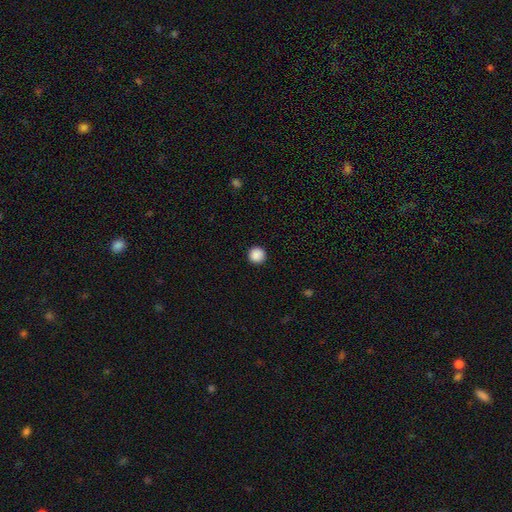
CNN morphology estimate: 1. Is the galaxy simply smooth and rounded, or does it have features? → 89% smooth, 9% star or artifact, 3% featured or disk.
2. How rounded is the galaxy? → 96% round, 3% in between, 1% cigar-shaped.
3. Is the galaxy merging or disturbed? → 92% none, 5% minor disturbance, 2% major disturbance, 1% merger.